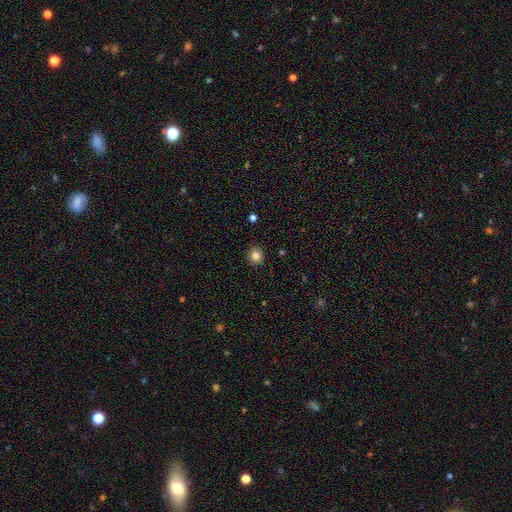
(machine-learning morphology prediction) This appears to be a smooth galaxy with no disk features (83%) that is round (87%). Merging: none (90%).